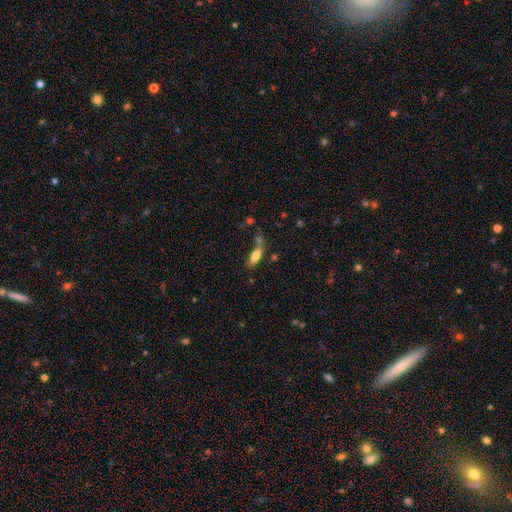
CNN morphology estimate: smooth-or-featured: smooth: 77% | featured or disk: 15% | star or artifact: 9%
  how-rounded: in between: 70% | cigar-shaped: 27% | round: 3%
  merging: none: 47% | merger: 23% | minor disturbance: 20% | major disturbance: 10%